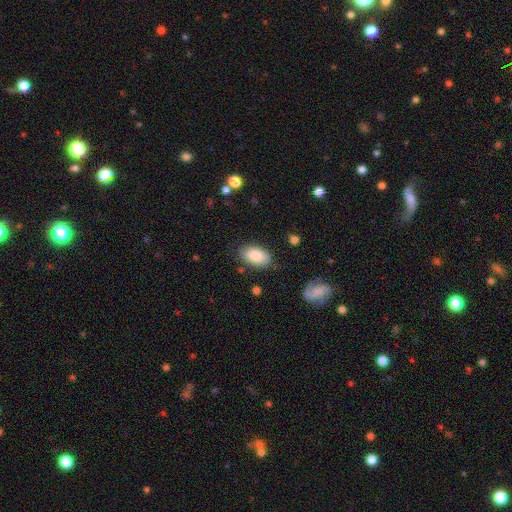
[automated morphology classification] smooth 85%, featured or disk 8%, star or artifact 6%. Down the decision tree: how rounded — in between (94%); merging — none (81%).